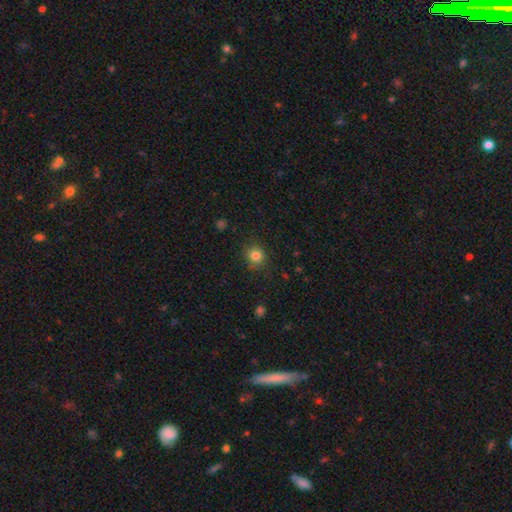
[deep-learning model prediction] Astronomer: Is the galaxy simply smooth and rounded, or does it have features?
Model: smooth — 83%.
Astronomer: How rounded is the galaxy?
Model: round — 88%.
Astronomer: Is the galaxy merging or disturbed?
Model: none — 86%.